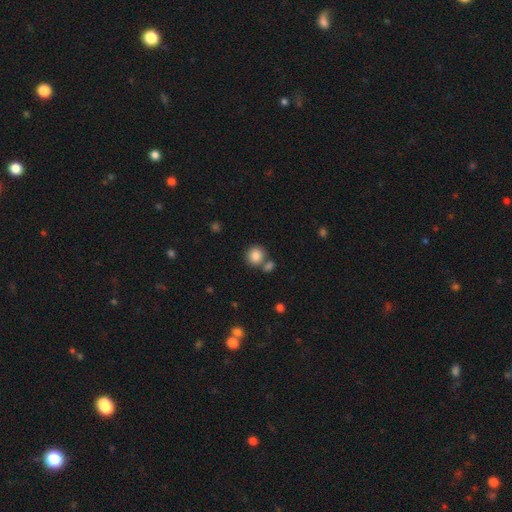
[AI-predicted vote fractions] Q: Smooth or featured?
A: smooth (84%); runner-up: star or artifact (9%)
Q: How rounded?
A: round (86%); runner-up: in between (13%)
Q: Merging?
A: none (65%); runner-up: merger (23%)